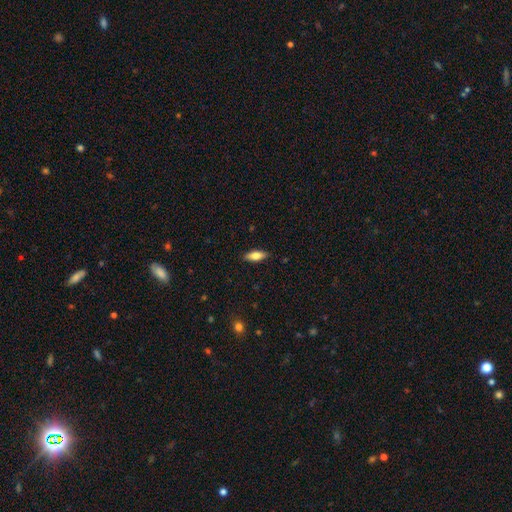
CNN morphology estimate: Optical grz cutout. It shows a smooth galaxy with no disk features (78%) that is in between round and cigar-shaped (75%). Merging: none (88%).